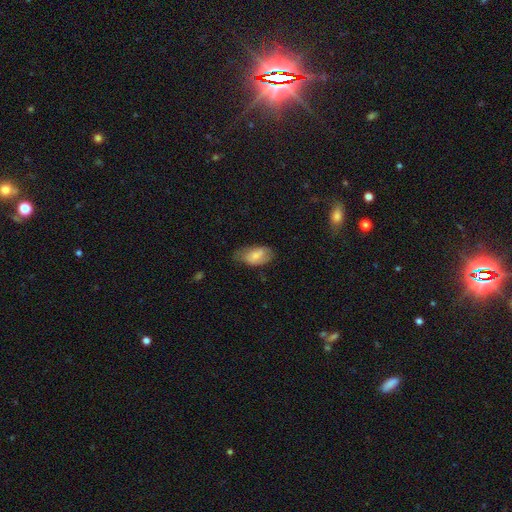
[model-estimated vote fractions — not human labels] This is likely a smooth galaxy (70%). How rounded: clearly in between (93%). Merging: possibly none (54%).